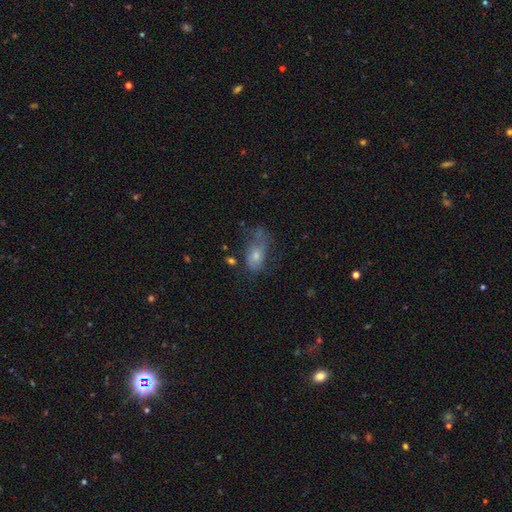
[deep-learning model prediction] Smooth or featured? smooth (47%)
Merging? none (40%)